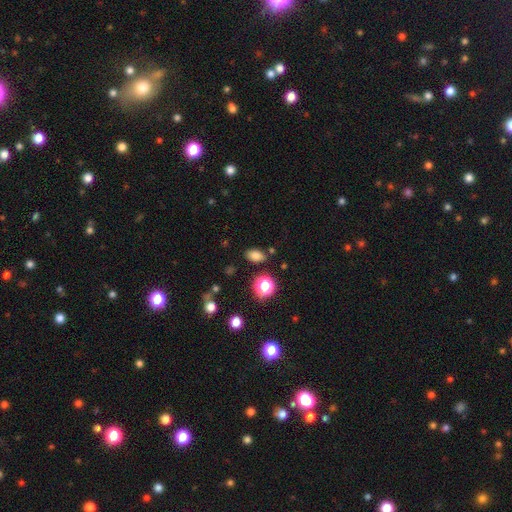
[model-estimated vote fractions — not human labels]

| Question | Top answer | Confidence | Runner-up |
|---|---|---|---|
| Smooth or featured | smooth | 78% | star or artifact (15%) |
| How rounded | in between | 84% | round (14%) |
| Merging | none | 83% | minor disturbance (10%) |